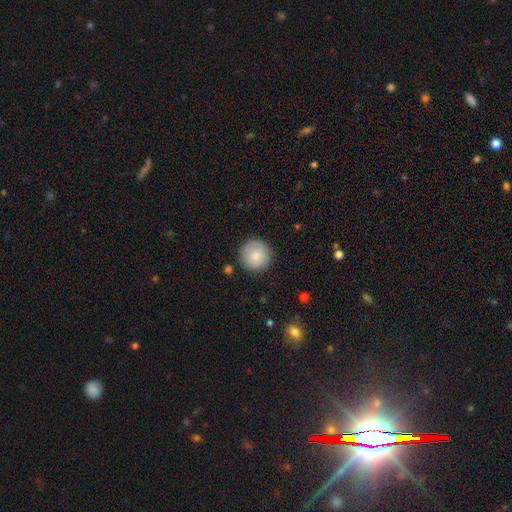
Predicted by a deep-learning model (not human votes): This appears to be a smooth galaxy with no disk features (85%) that is round (96%). Merging: none (88%).